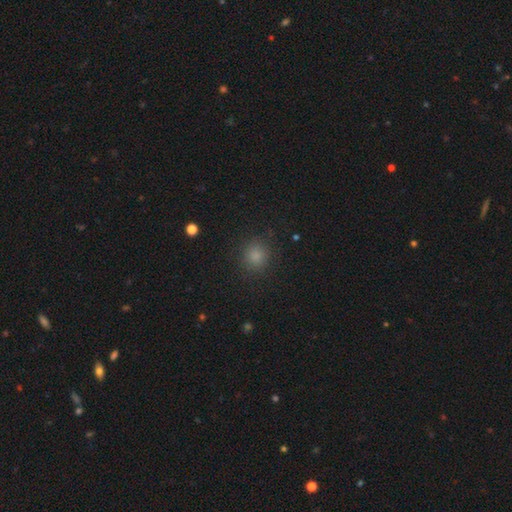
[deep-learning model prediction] Smooth or featured?
  - smooth: 82% *
  - star or artifact: 14%
  - featured or disk: 4%
How rounded?
  - round: 88% *
  - in between: 11%
  - cigar-shaped: 1%
Merging?
  - none: 88% *
  - minor disturbance: 8%
  - major disturbance: 3%
  - merger: 1%